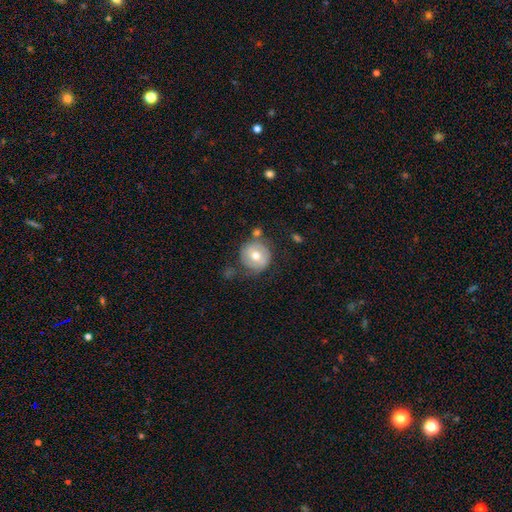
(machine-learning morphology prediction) smooth 59%, featured or disk 34%, star or artifact 8%. Down the decision tree: how rounded — round (91%); merging — none (63%).